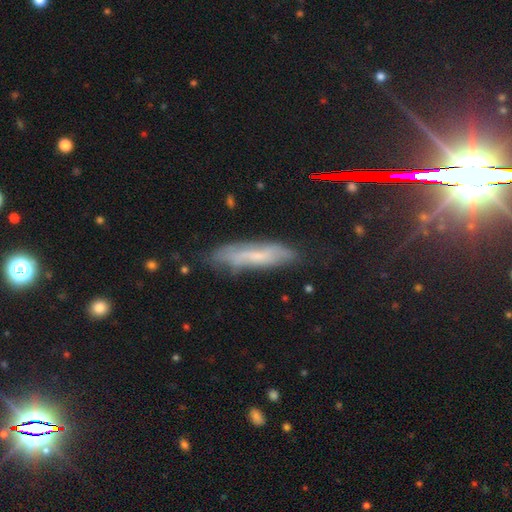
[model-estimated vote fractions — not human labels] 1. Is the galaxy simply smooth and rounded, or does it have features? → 45% smooth, 42% featured or disk, 13% star or artifact.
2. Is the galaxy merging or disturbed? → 71% none, 21% minor disturbance, 5% major disturbance, 2% merger.